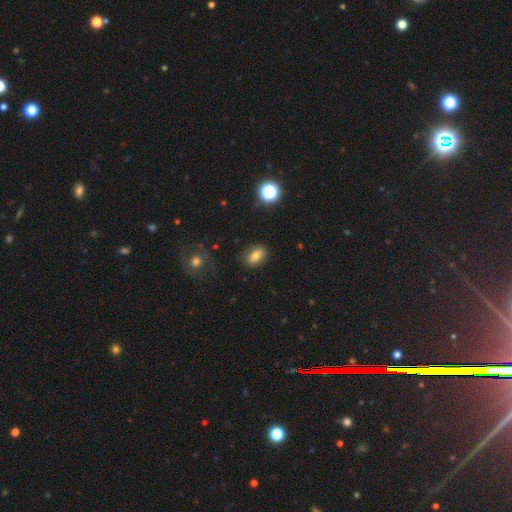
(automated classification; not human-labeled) Smooth or featured: smooth — 73% (featured or disk — 15%)
How rounded: in between — 77% (round — 18%)
Merging: none — 85% (minor disturbance — 10%)